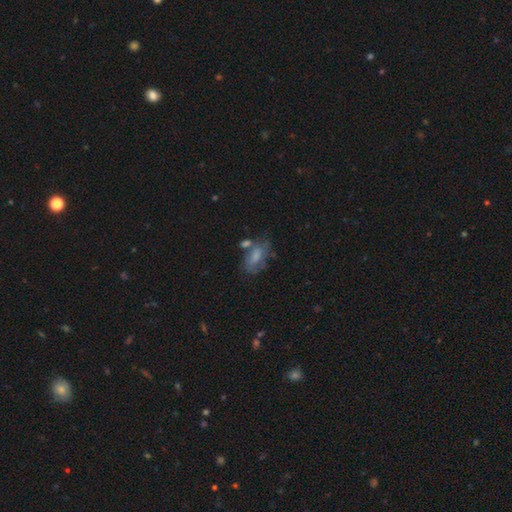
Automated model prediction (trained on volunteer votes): Morphology: type=smooth (60%); roundness=in between (87%); merging=none (42%).